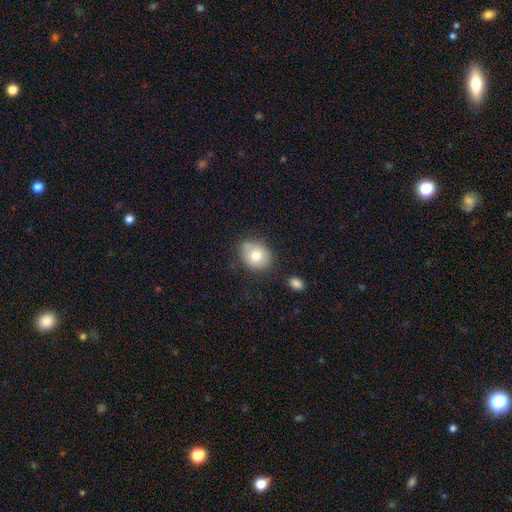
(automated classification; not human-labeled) Smooth or featured? Predicted: smooth (p=0.76). How rounded? Predicted: round (p=0.59). Merging? Predicted: none (p=0.68).